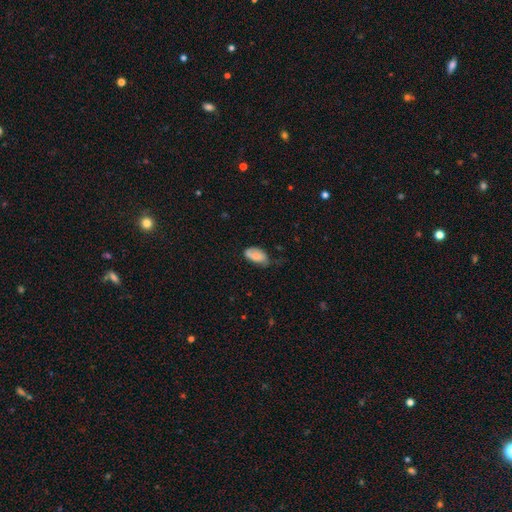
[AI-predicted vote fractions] The model was most divided on "merging": none: 48%, minor disturbance: 38%, major disturbance: 12%, merger: 2%. More confident: how rounded — in between (93%); smooth or featured — smooth (74%).